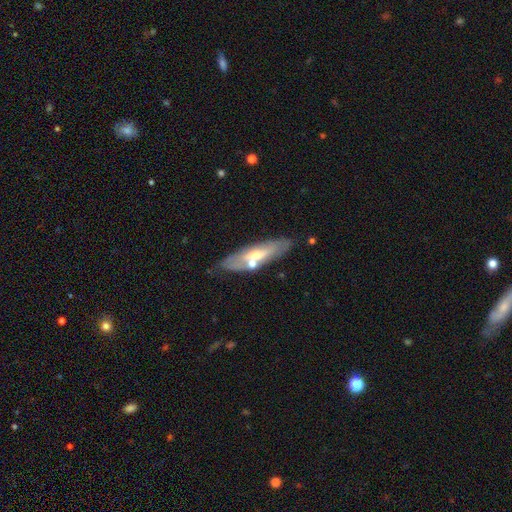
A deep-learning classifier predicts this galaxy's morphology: This appears to be a featured or disk galaxy (55%). Merging: none (69%).